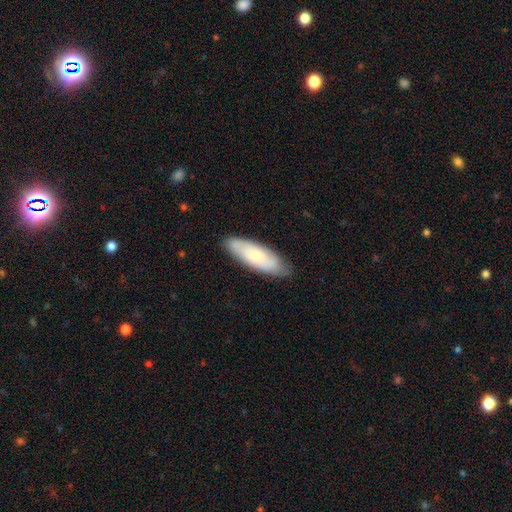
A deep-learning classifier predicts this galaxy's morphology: This is possibly a smooth galaxy (59%). How rounded: possibly in between (59%). Merging: clearly none (81%).